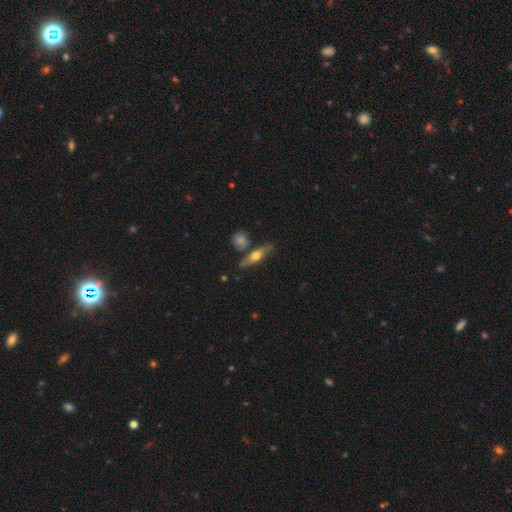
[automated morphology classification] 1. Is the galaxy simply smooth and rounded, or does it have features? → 53% featured or disk, 41% smooth, 6% star or artifact.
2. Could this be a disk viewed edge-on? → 88% yes, 12% no.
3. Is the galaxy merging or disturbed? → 74% none, 13% minor disturbance, 9% merger, 3% major disturbance.